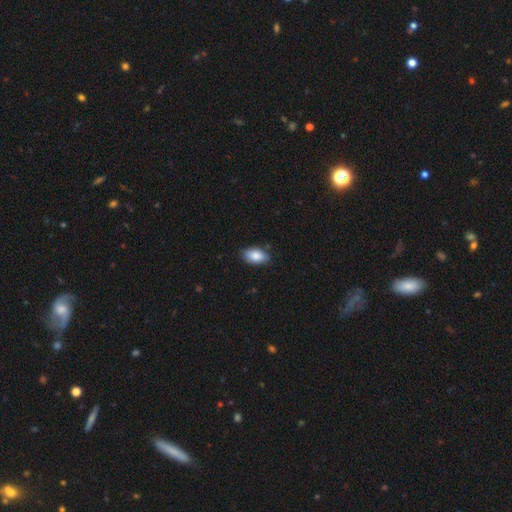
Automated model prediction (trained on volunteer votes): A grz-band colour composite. It shows a smooth galaxy with no disk features (86%) that is in between round and cigar-shaped (93%). Merging: none (83%).